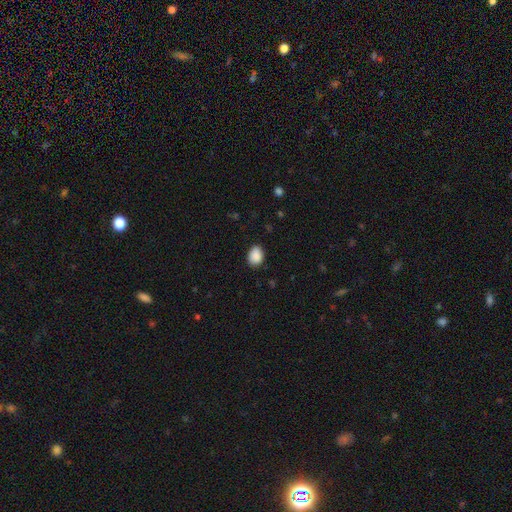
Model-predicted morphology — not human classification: smooth_or_featured: smooth (p=0.89) [alt: star or artifact p=0.08]
how_rounded: in between (p=0.67) [alt: round p=0.32]
merging: none (p=0.83) [alt: minor disturbance p=0.13]